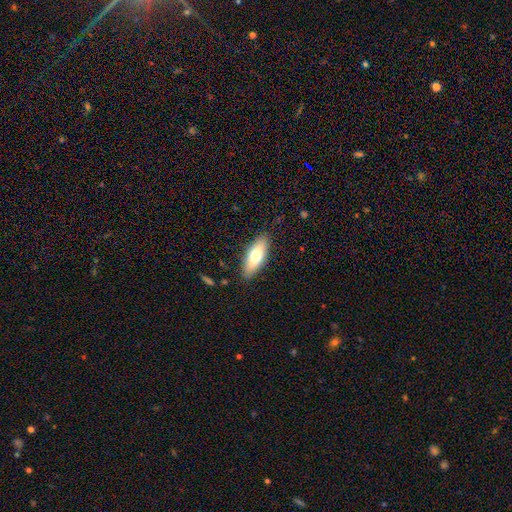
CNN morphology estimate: Q: Smooth or featured?
A: smooth (70%); runner-up: featured or disk (23%)
Q: How rounded?
A: in between (70%); runner-up: cigar-shaped (28%)
Q: Merging?
A: none (86%); runner-up: minor disturbance (10%)